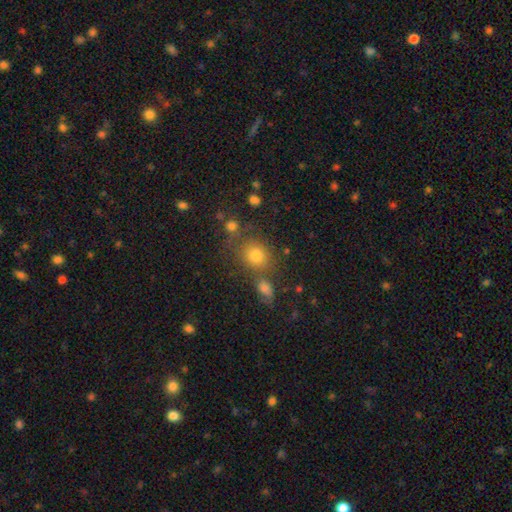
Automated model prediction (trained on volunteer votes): smooth-or-featured: smooth: 75% | star or artifact: 16% | featured or disk: 9%
  how-rounded: round: 72% | in between: 27% | cigar-shaped: 1%
  merging: none: 65% | merger: 19% | minor disturbance: 12% | major disturbance: 5%